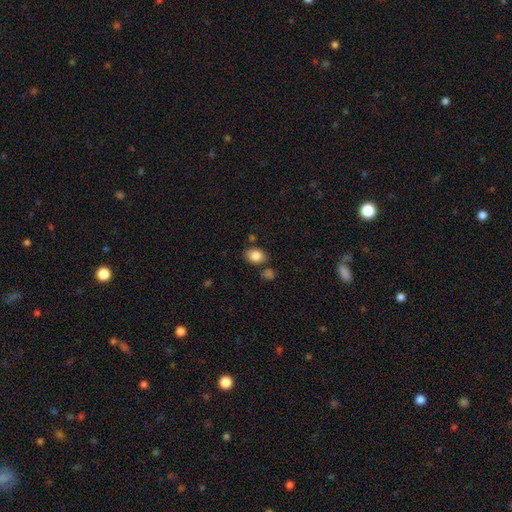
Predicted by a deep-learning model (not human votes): Smooth or featured: smooth — 84% (star or artifact — 9%)
How rounded: in between — 71% (round — 28%)
Merging: none — 76% (minor disturbance — 13%)